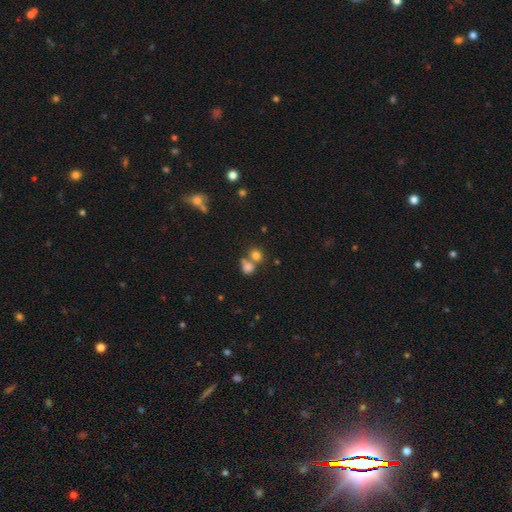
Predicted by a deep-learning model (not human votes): A smooth galaxy with no disk features (76%) that is round (70%). Merging: none (45%).